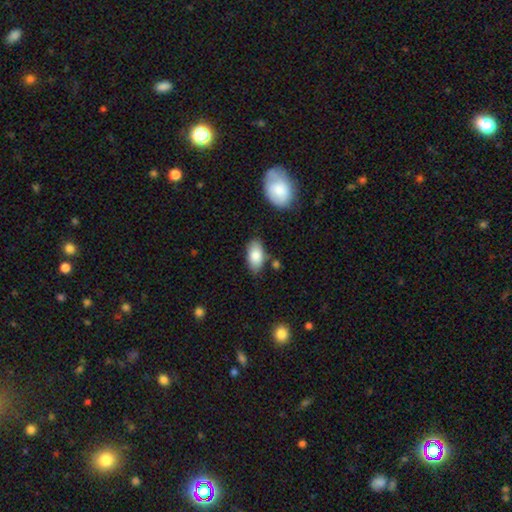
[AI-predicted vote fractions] smooth-or-featured: smooth: 83% | featured or disk: 10% | star or artifact: 7%
  how-rounded: in between: 93% | round: 4% | cigar-shaped: 3%
  merging: none: 76% | minor disturbance: 16% | merger: 5% | major disturbance: 3%